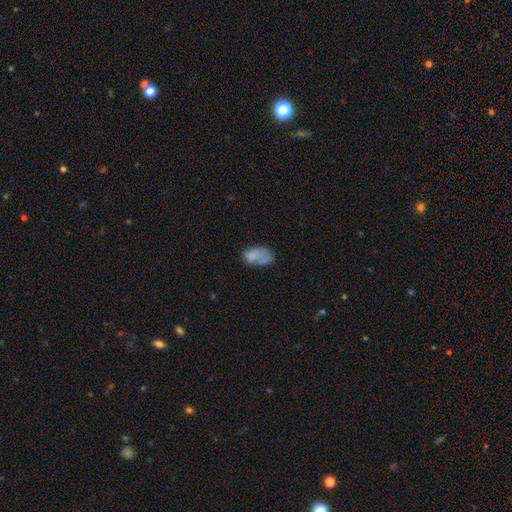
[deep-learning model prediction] Overall: smooth (74%). How rounded: in between (91%). Merging: none (45%; minor disturbance 29%).